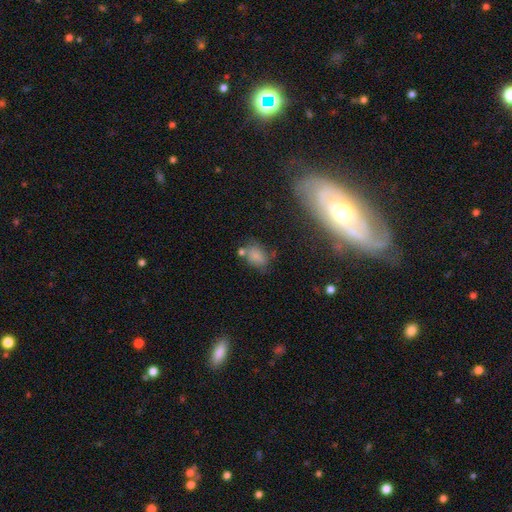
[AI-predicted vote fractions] Smooth or featured? Predicted: smooth (p=0.74). How rounded? Predicted: in between (p=0.82). Merging? Predicted: none (p=0.54).